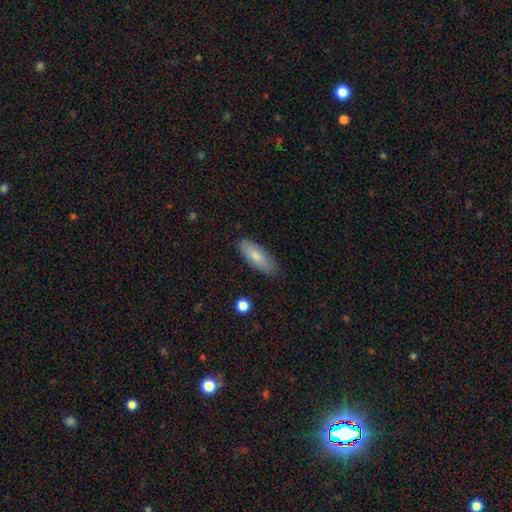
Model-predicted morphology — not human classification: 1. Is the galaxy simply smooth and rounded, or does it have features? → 77% smooth, 16% featured or disk, 6% star or artifact.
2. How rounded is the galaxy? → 68% in between, 30% cigar-shaped, 2% round.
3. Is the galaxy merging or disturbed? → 82% none, 14% minor disturbance, 3% major disturbance, 1% merger.